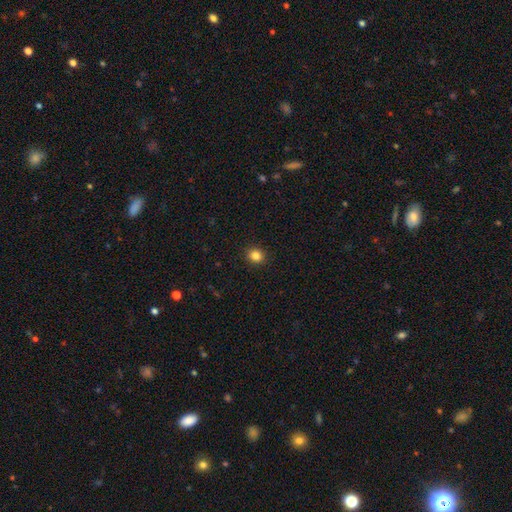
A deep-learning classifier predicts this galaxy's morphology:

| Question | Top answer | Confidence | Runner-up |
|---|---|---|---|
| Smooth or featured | smooth | 84% | star or artifact (12%) |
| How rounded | round | 82% | in between (17%) |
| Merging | none | 92% | minor disturbance (5%) |